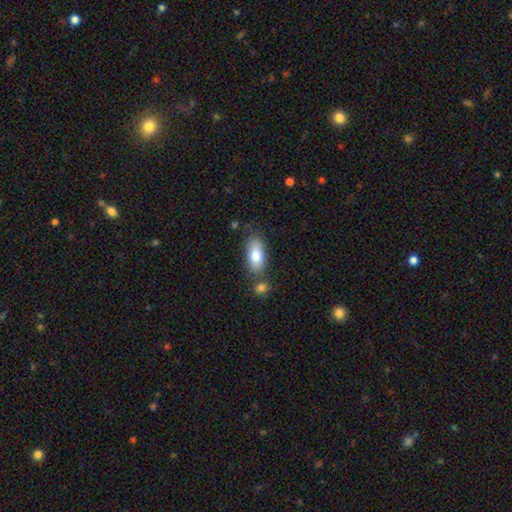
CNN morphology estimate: The model was most divided on "merging": none: 67%, minor disturbance: 15%, merger: 14%, major disturbance: 4%. More confident: how rounded — in between (88%); smooth or featured — smooth (81%).